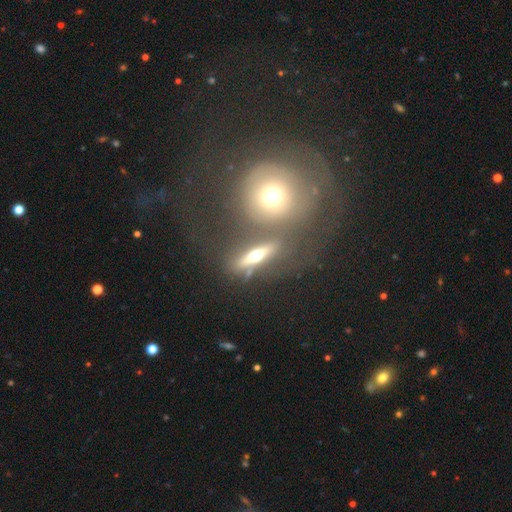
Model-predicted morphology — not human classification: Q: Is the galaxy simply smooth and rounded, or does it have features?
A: featured or disk — 57%.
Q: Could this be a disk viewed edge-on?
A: yes — 85%.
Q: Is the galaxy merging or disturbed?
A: none — 69%.